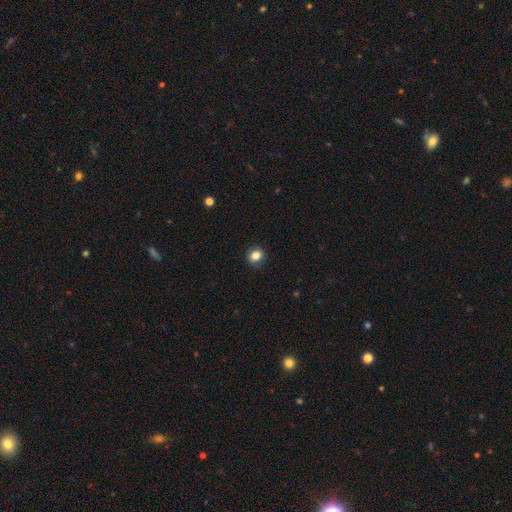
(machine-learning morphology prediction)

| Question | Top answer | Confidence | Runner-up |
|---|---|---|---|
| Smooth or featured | smooth | 84% | star or artifact (10%) |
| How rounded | round | 69% | in between (30%) |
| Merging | none | 90% | minor disturbance (8%) |